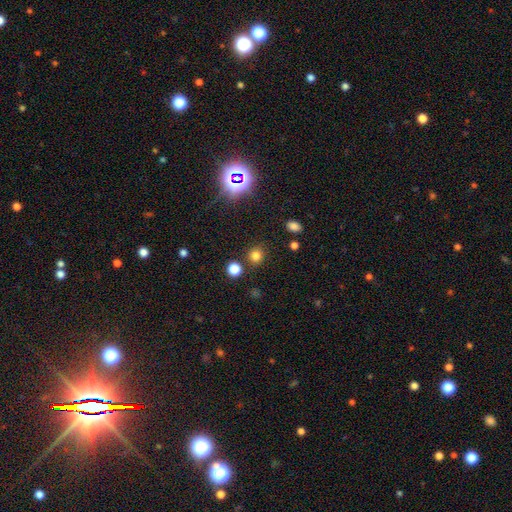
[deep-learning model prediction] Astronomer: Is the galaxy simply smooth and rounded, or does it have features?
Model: smooth — 77%.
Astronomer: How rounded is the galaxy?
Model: round — 87%.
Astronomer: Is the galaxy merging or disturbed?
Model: none — 84%.